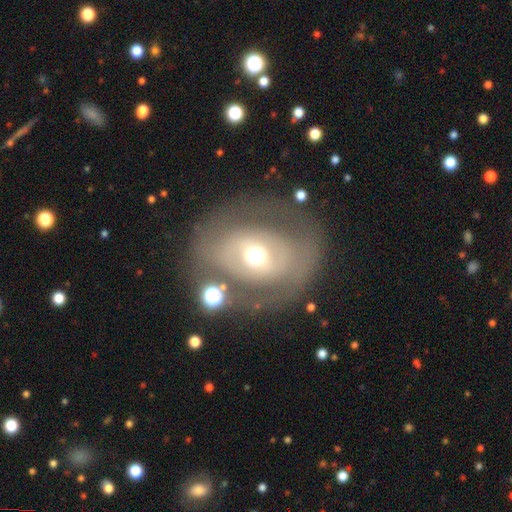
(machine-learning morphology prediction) Smooth or featured? Predicted: featured or disk (p=0.57). Edge-on disk? Predicted: no (p=0.94). Bar? Predicted: no (p=0.60). Spiral arms? Predicted: no (p=0.66). Bulge size? Predicted: moderate (p=0.67). Merging? Predicted: none (p=0.63).